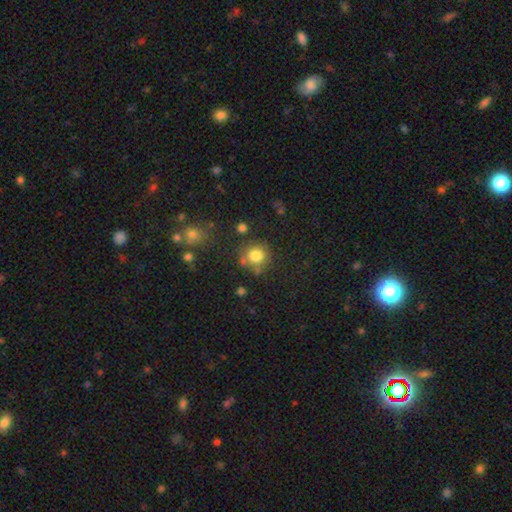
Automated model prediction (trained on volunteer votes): smooth_or_featured: smooth (p=0.79) [alt: star or artifact p=0.13]
how_rounded: round (p=0.90) [alt: in between p=0.09]
merging: none (p=0.73) [alt: minor disturbance p=0.14]